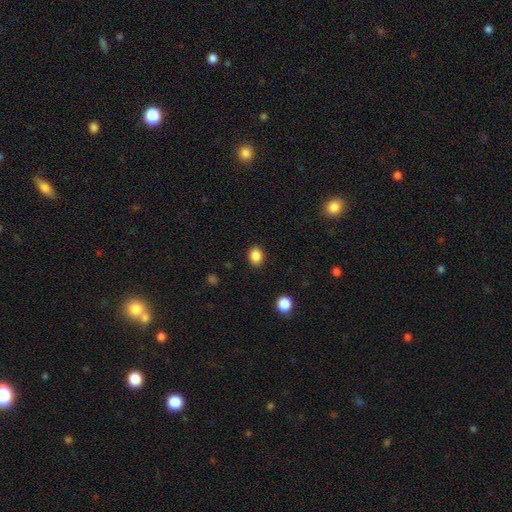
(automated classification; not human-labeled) Morphology: type=smooth (87%); roundness=round (57%); merging=none (90%).